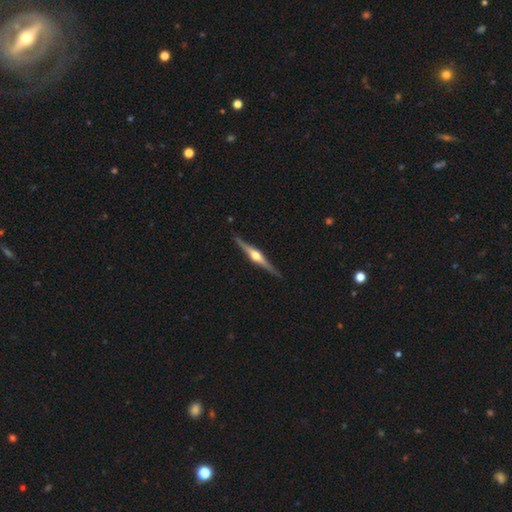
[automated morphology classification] This appears to be a featured or disk galaxy (83%) viewed edge-on (98%) with a rounded central bulge (94%). Merging: none (90%).